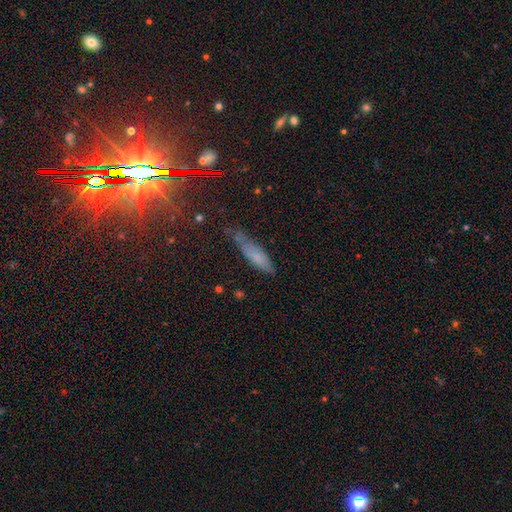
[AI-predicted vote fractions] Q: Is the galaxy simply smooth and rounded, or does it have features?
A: smooth — 68%.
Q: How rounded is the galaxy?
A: cigar-shaped — 67%.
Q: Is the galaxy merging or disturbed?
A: none — 54%.